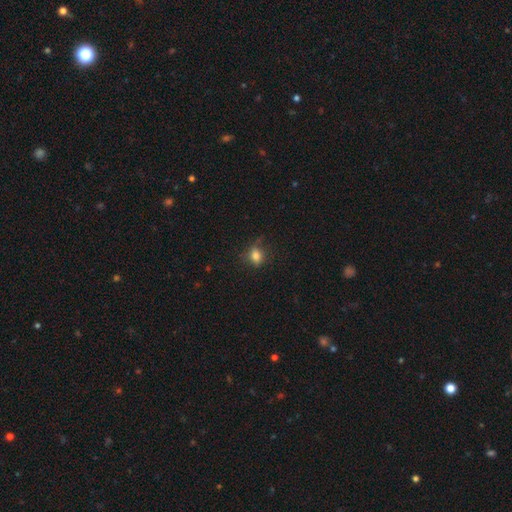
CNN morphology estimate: This is likely a smooth galaxy (79%). How rounded: possibly in between (58%). Merging: likely none (68%).